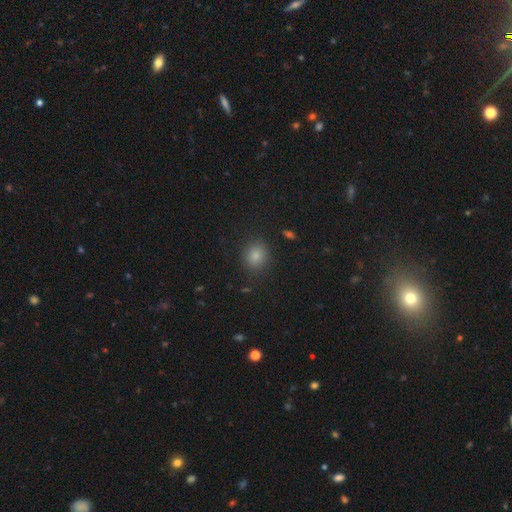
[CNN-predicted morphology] The model was most divided on "how rounded": round: 74%, in between: 25%, cigar-shaped: 1%. More confident: merging — none (87%); smooth or featured — smooth (82%).